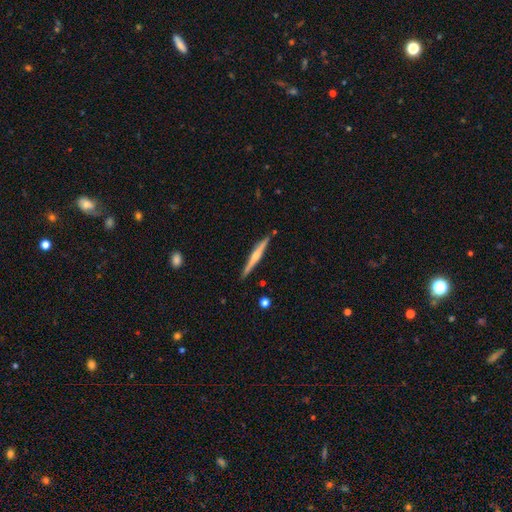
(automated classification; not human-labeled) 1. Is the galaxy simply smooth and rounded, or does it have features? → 59% featured or disk, 36% smooth, 5% star or artifact.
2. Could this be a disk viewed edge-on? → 98% yes, 2% no.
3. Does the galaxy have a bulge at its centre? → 63% rounded, 28% none, 10% boxy.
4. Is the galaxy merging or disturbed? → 88% none, 8% minor disturbance, 2% merger, 1% major disturbance.